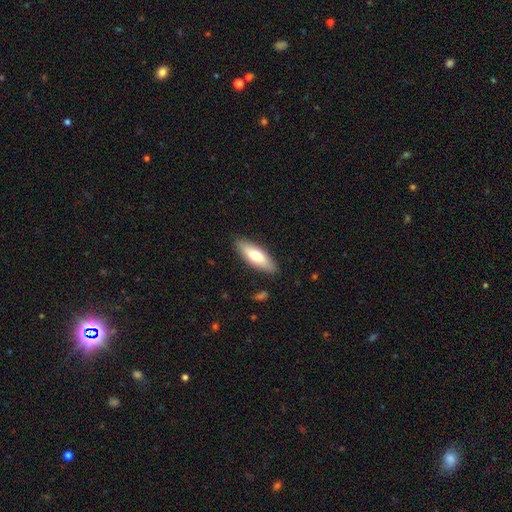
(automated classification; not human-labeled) Morphology: type=smooth (71%); roundness=in between (58%); merging=none (87%).